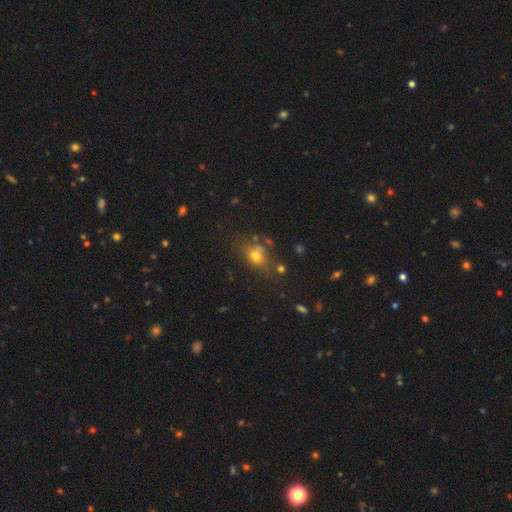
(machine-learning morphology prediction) Smooth or featured? Predicted: smooth (p=0.70). How rounded? Predicted: round (p=0.52). Merging? Predicted: none (p=0.60).